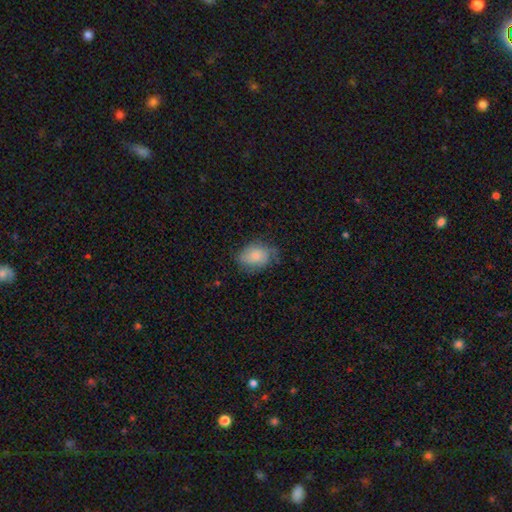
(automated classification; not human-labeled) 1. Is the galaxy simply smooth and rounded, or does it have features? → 69% smooth, 23% featured or disk, 8% star or artifact.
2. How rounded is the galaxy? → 69% in between, 30% round, 1% cigar-shaped.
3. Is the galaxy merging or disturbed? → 53% none, 32% minor disturbance, 13% major disturbance, 1% merger.